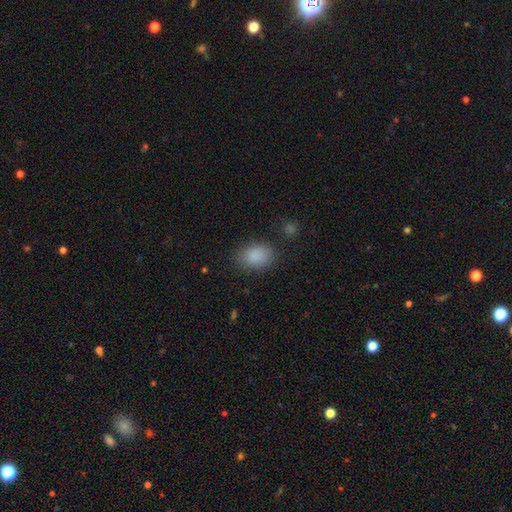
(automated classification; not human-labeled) Smooth or featured? smooth (87%)
How rounded? in between (71%)
Merging? none (79%)